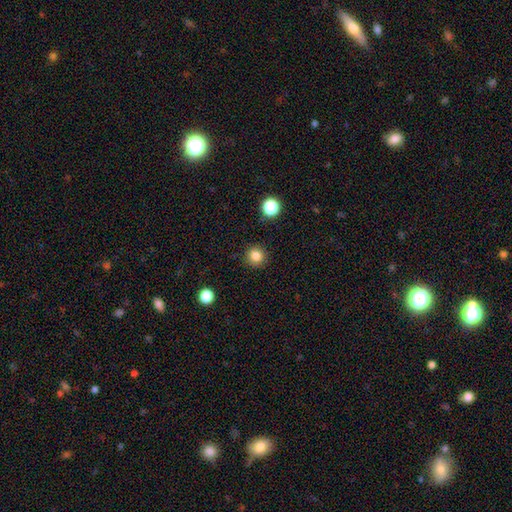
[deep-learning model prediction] This appears to be a smooth galaxy with no disk features (83%) that is round (94%). Merging: none (92%).